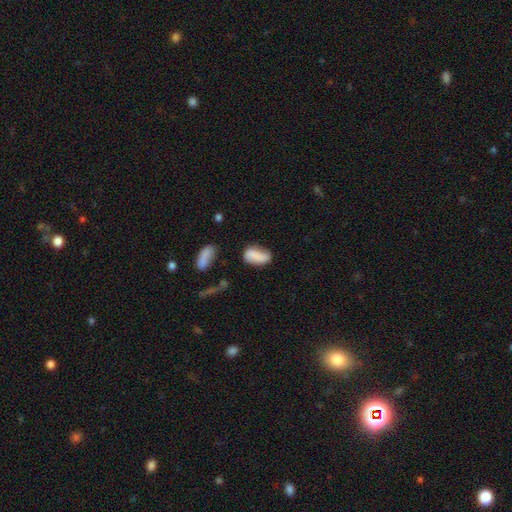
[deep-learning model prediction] This is likely a smooth galaxy (80%). How rounded: clearly in between (91%). Merging: possibly none (58%).